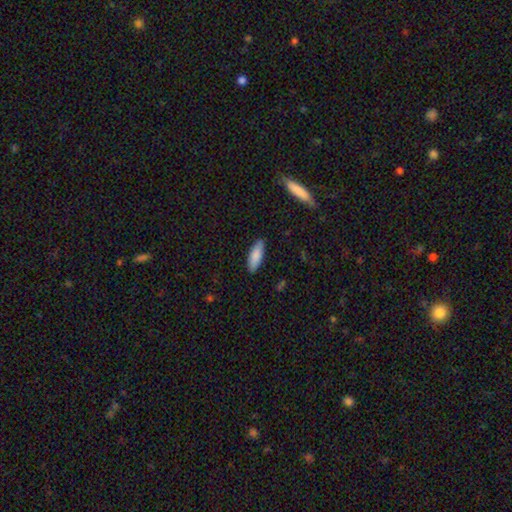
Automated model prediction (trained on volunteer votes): Smooth or featured? Predicted: smooth (p=0.86). How rounded? Predicted: in between (p=0.59). Merging? Predicted: none (p=0.87).